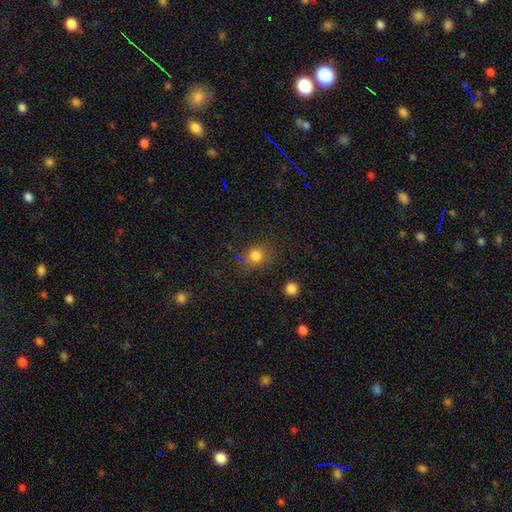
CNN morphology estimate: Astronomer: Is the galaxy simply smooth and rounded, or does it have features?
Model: smooth — 79%.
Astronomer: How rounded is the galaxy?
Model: round — 80%.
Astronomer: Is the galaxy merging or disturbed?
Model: none — 78%.